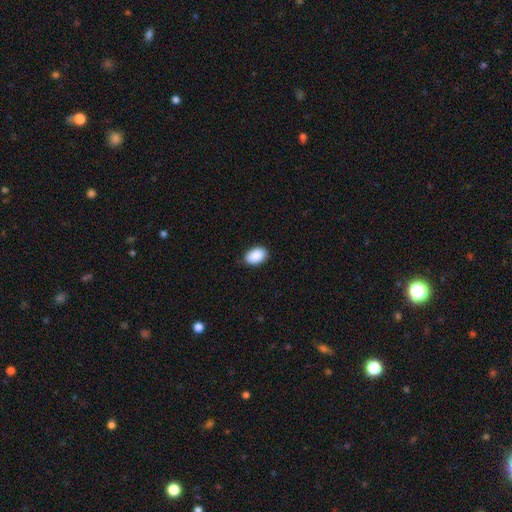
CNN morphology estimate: smooth-or-featured: smooth: 91% | star or artifact: 6% | featured or disk: 3%
  how-rounded: in between: 90% | round: 9% | cigar-shaped: 1%
  merging: none: 84% | minor disturbance: 13% | major disturbance: 2% | merger: 1%